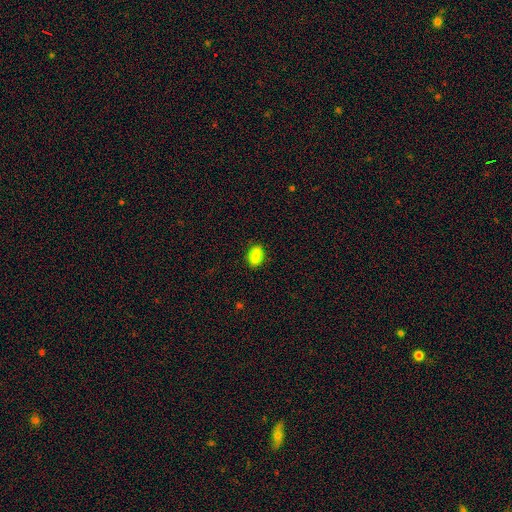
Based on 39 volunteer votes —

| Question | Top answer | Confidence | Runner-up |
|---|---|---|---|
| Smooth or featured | smooth | 79% | featured or disk (10%) |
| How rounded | in between | 94% | round (6%) |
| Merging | none | 91% | minor disturbance (9%) |